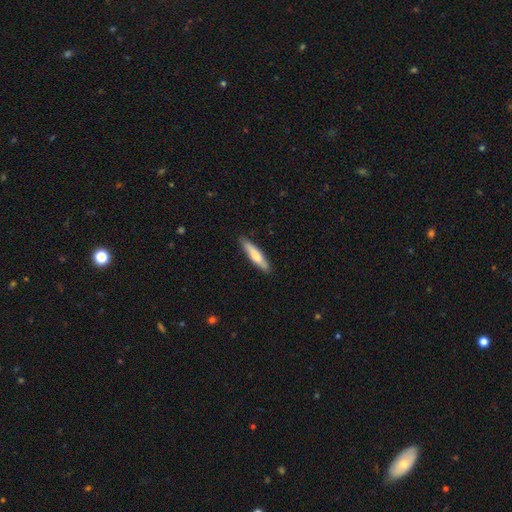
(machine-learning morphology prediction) smooth_or_featured: smooth (p=0.64) [alt: featured or disk p=0.31]
how_rounded: cigar-shaped (p=0.85) [alt: in between p=0.14]
merging: none (p=0.88) [alt: minor disturbance p=0.09]